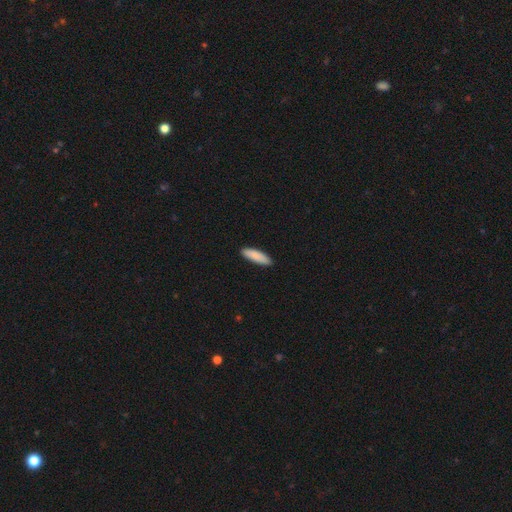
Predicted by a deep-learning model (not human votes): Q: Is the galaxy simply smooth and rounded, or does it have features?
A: smooth — 89%.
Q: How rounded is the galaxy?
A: cigar-shaped — 57%.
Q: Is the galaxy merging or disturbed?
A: none — 90%.